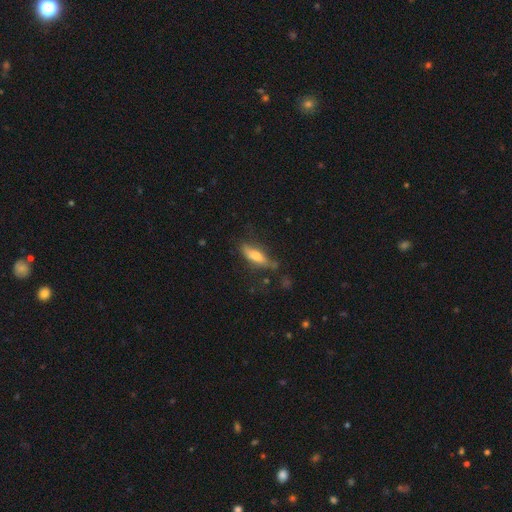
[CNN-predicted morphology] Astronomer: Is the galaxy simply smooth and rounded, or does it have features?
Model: smooth — 59% (runner-up: featured or disk, 34%).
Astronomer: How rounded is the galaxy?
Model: cigar-shaped — 59% (runner-up: in between, 39%).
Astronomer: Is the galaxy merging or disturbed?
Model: none — 62%.